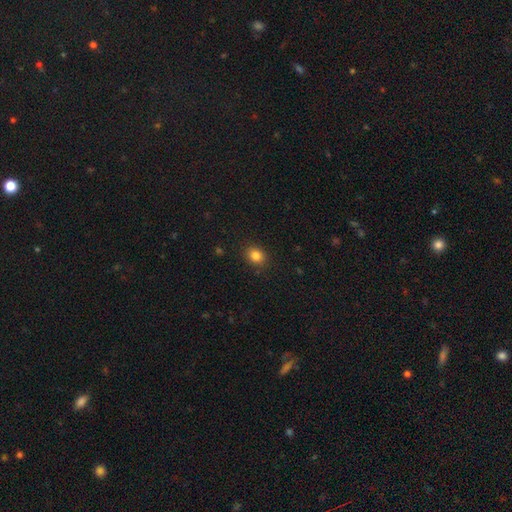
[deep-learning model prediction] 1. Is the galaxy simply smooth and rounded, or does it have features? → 84% smooth, 11% star or artifact, 5% featured or disk.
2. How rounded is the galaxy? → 59% round, 40% in between, 1% cigar-shaped.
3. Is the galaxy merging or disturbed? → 88% none, 8% minor disturbance, 2% major disturbance, 1% merger.